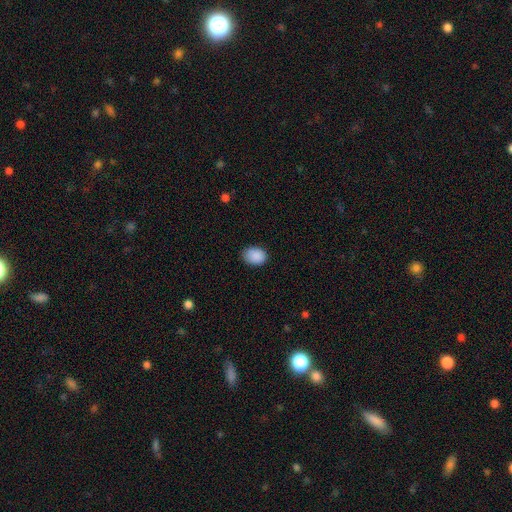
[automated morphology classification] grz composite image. It shows a smooth galaxy with no disk features (89%) that is in between round and cigar-shaped (70%). Merging: none (83%).